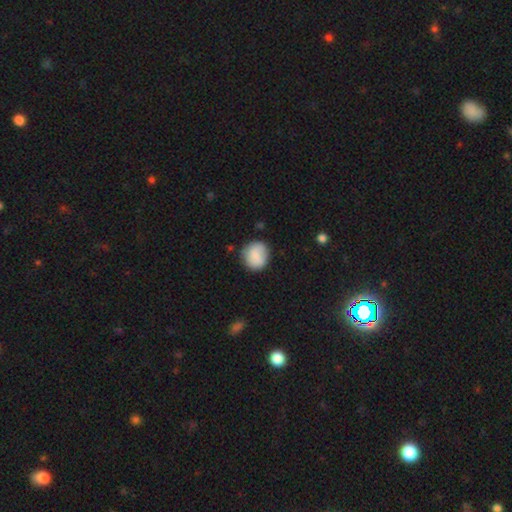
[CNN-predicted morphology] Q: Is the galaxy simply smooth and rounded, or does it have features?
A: smooth — 82%.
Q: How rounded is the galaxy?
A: round — 85%.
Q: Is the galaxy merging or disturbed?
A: none — 78%.